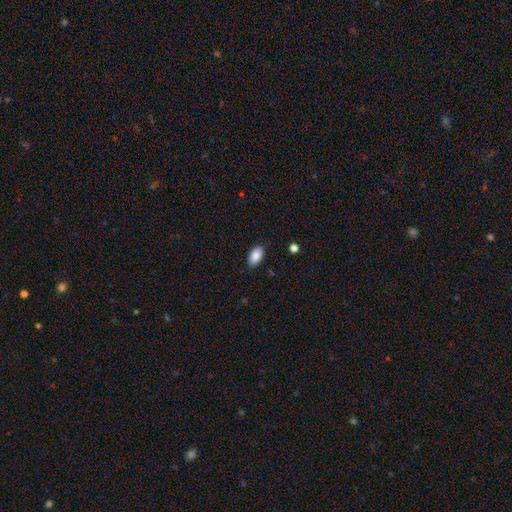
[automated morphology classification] A smooth galaxy with no disk features (88%) that is in between round and cigar-shaped (93%).

Vote fractions:
- Smooth or featured? smooth: 88% / star or artifact: 7% / featured or disk: 5%
- How rounded? in between: 93% / cigar-shaped: 4% / round: 3%
- Merging? none: 85% / minor disturbance: 11% / major disturbance: 2% / merger: 1%